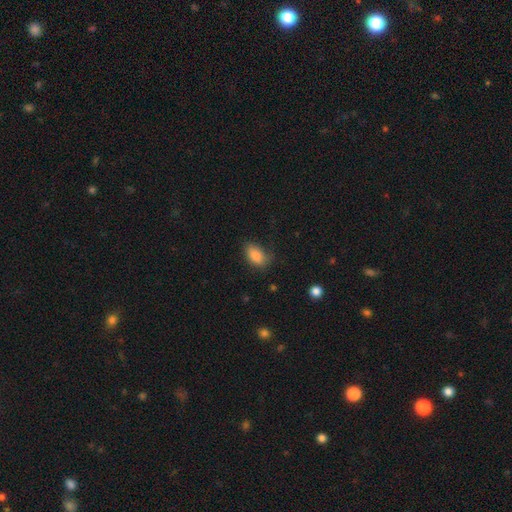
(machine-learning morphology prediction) smooth-or-featured: smooth: 85% | star or artifact: 8% | featured or disk: 7%
  how-rounded: in between: 90% | round: 8% | cigar-shaped: 2%
  merging: none: 63% | minor disturbance: 27% | major disturbance: 8% | merger: 2%